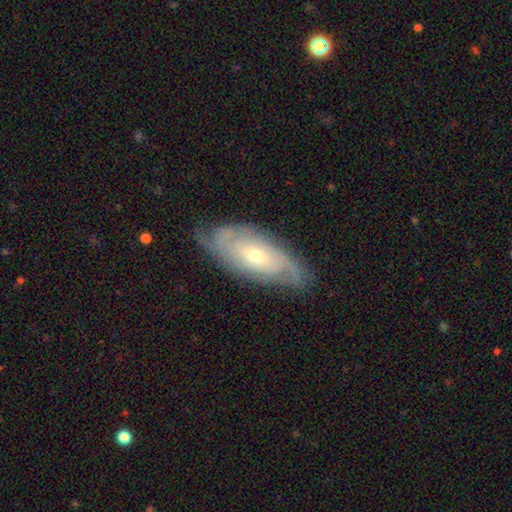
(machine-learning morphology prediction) Smooth or featured? featured or disk (78%)
Edge-on disk? no (89%)
Bar? no (67%)
Spiral arms? yes (91%)
Spiral winding? tight (64%)
Spiral arm count? can't tell (40%)
Bulge size? small (54%)
Merging? none (75%)